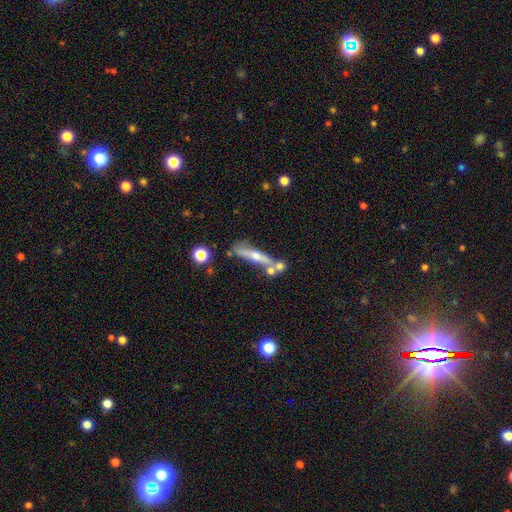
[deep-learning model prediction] Q: Smooth or featured?
A: featured or disk (59%); runner-up: smooth (33%)
Q: Edge-on disk?
A: yes (86%); runner-up: no (14%)
Q: Edge-on bulge?
A: rounded (87%); runner-up: none (10%)
Q: Merging?
A: none (55%); runner-up: merger (22%)